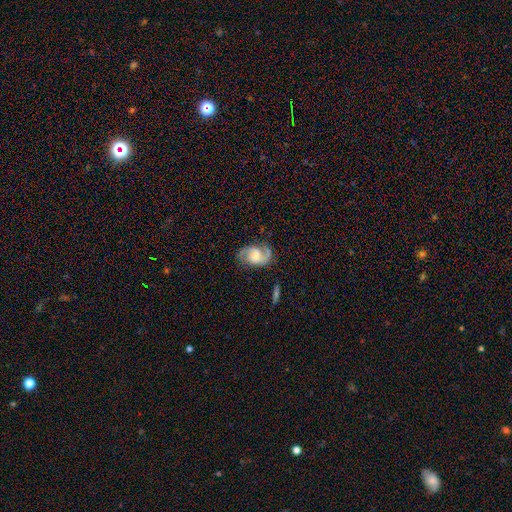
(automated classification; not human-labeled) This appears to be a featured or disk galaxy (84%) with a weak bar (45%, tied with no), 2 (88%) medium (54%) spiral arms (97%) and a moderate central bulge (36%). Merging: none (73%).